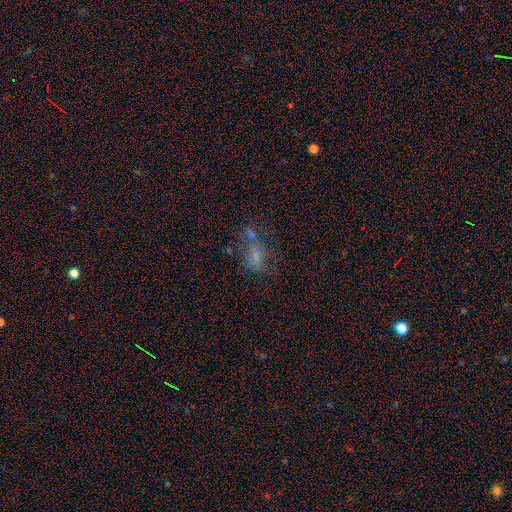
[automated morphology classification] smooth-or-featured: smooth: 43% | star or artifact: 29% | featured or disk: 27%
  merging: none: 38% | major disturbance: 27% | minor disturbance: 20% | merger: 15%